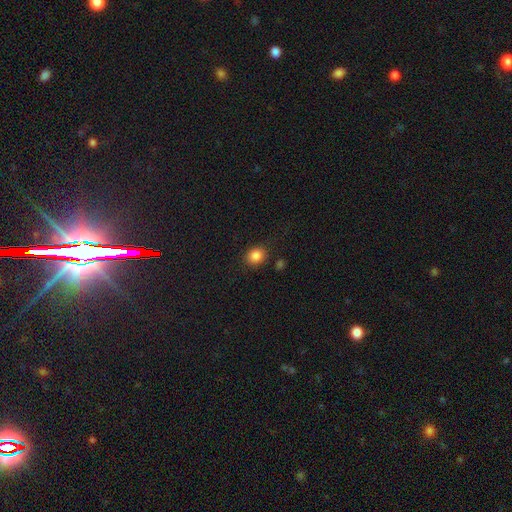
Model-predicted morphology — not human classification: This appears to be a smooth galaxy with no disk features (85%) that is round (65%). Merging: none (81%).